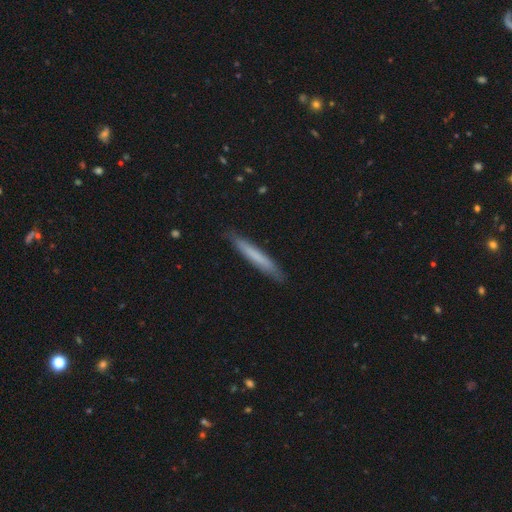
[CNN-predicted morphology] smooth 68%, featured or disk 26%, star or artifact 6%. Down the decision tree: how rounded — cigar-shaped (95%); merging — none (88%).